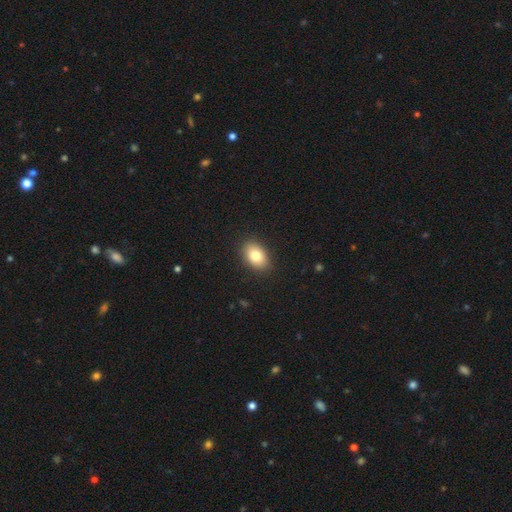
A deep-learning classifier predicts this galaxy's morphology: Smooth or featured?
  - smooth: 81% *
  - featured or disk: 11%
  - star or artifact: 8%
How rounded?
  - in between: 84% *
  - round: 15%
  - cigar-shaped: 1%
Merging?
  - none: 88% *
  - minor disturbance: 9%
  - major disturbance: 2%
  - merger: 1%